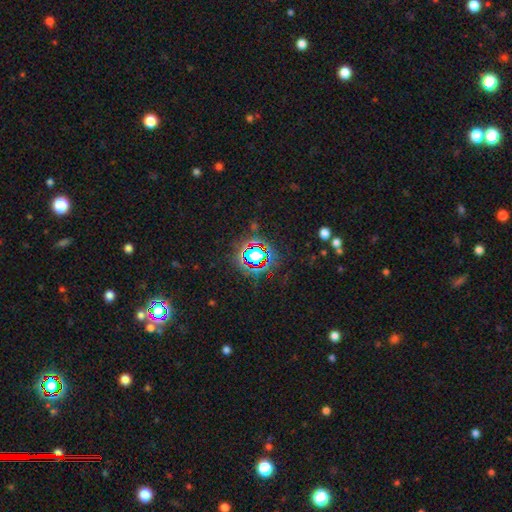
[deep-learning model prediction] A star or artifact, not a galaxy (70%).

Vote fractions:
- Smooth or featured? star or artifact: 70% / smooth: 18% / featured or disk: 12%